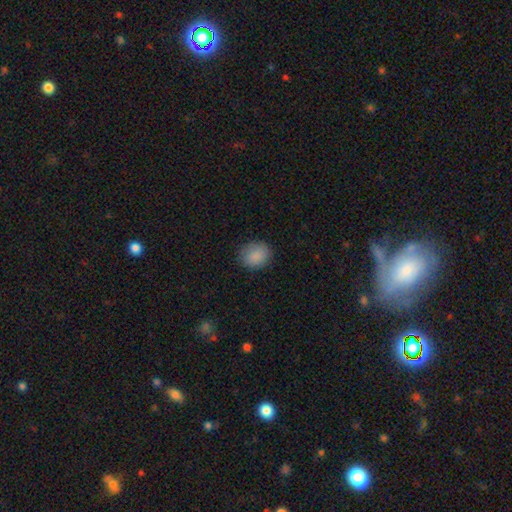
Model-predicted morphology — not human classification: smooth-or-featured: smooth: 88% | star or artifact: 8% | featured or disk: 4%
  how-rounded: round: 58% | in between: 41% | cigar-shaped: 1%
  merging: none: 84% | minor disturbance: 12% | major disturbance: 3% | merger: 1%